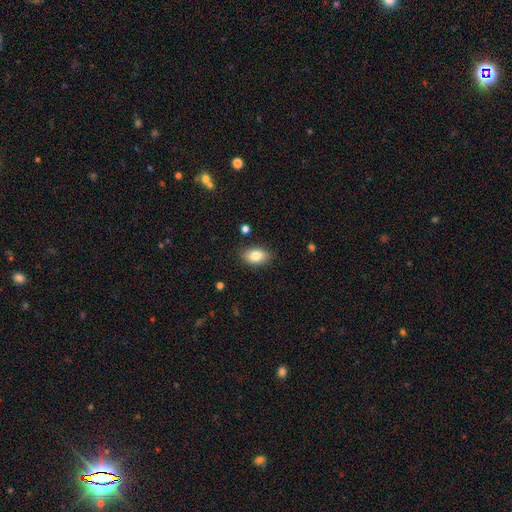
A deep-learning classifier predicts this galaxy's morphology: This appears to be a smooth galaxy with no disk features (82%) that is in between round and cigar-shaped (88%). Merging: none (85%).